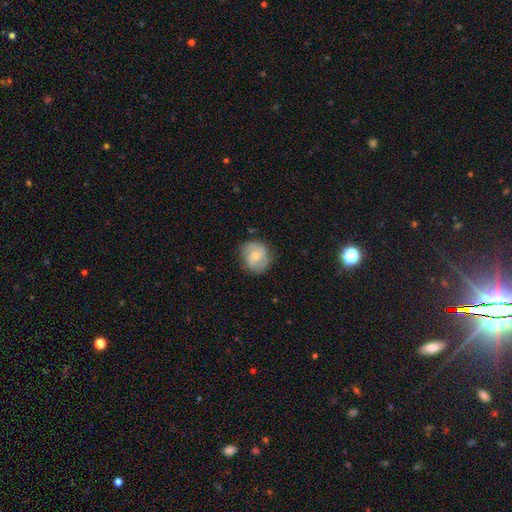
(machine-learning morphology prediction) Smooth or featured: featured or disk — 47% (smooth — 46%)
Merging: none — 73% (minor disturbance — 20%)